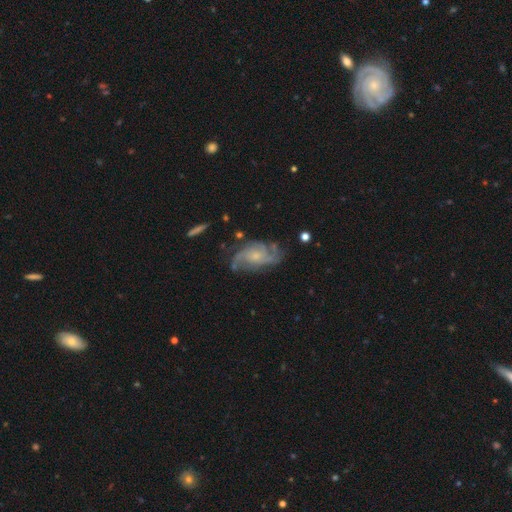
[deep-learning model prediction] Morphology: type=featured or disk (87%); edge-on=no (97%); bar=no (70%); spiral arms=yes (96%); winding=medium (46%); arm count=2 (31%); bulge=small (64%); merging=none (66%).